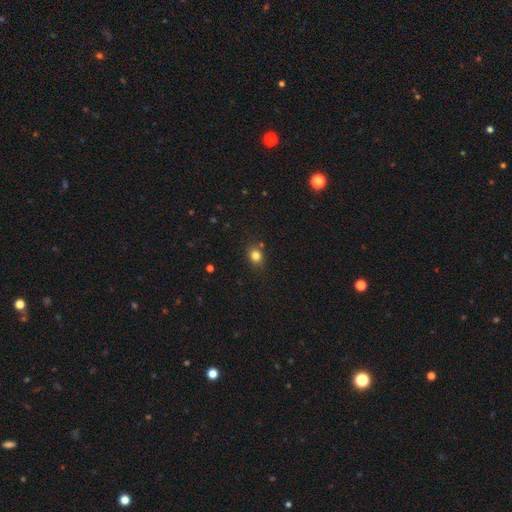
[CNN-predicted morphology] smooth 81%, star or artifact 13%, featured or disk 6%. Down the decision tree: how rounded — round (61%); merging — none (78%).